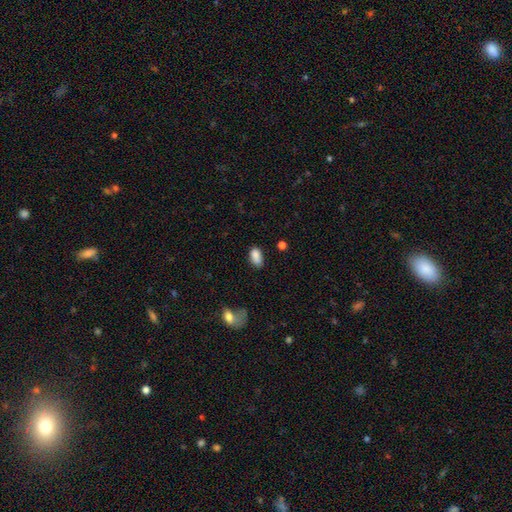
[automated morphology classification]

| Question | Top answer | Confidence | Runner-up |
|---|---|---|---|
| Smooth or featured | smooth | 85% | star or artifact (9%) |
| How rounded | in between | 91% | round (6%) |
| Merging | none | 60% | minor disturbance (27%) |